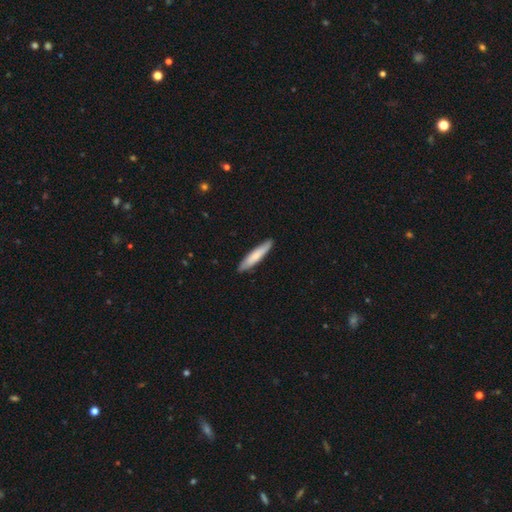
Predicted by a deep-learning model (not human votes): Smooth or featured? Predicted: smooth (p=0.73). How rounded? Predicted: cigar-shaped (p=0.88). Merging? Predicted: none (p=0.88).